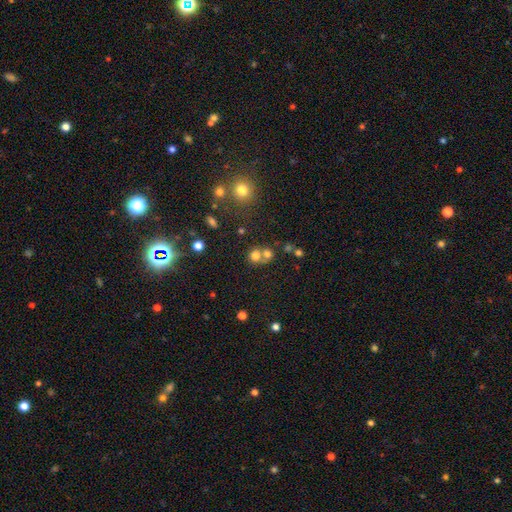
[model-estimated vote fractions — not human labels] This appears to be a smooth galaxy with no disk features (73%) that is round (80%). Merging: merger (49%).